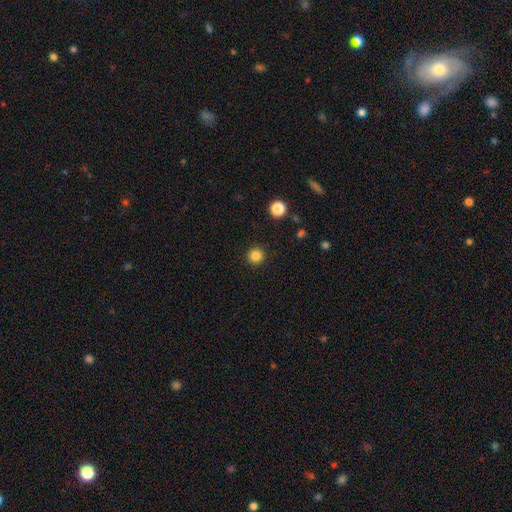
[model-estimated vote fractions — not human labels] Smooth or featured?
  - smooth: 84% *
  - star or artifact: 12%
  - featured or disk: 4%
How rounded?
  - round: 95% *
  - in between: 4%
  - cigar-shaped: 1%
Merging?
  - none: 92% *
  - minor disturbance: 5%
  - major disturbance: 2%
  - merger: 1%